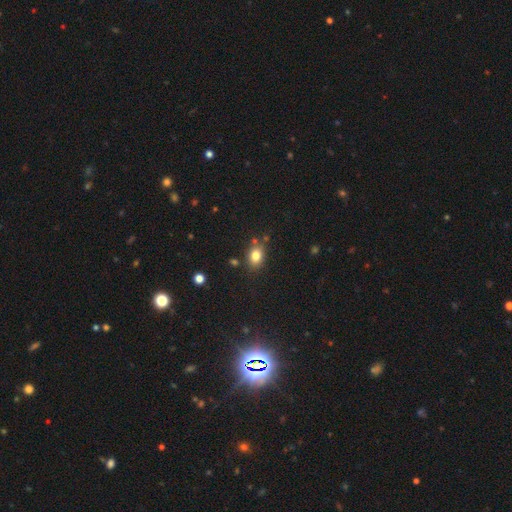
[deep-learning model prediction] Overall: smooth (81%). How rounded: in between (64%; round 35%). Merging: none (76%).